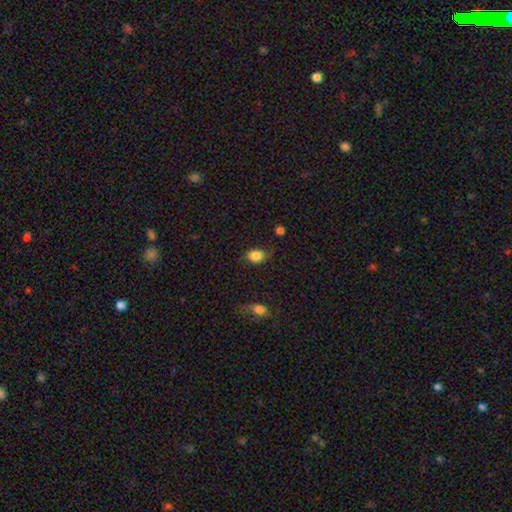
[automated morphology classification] The model was most divided on "how rounded": in between: 59%, round: 40%, cigar-shaped: 1%. More confident: smooth or featured — smooth (85%); merging — none (66%).